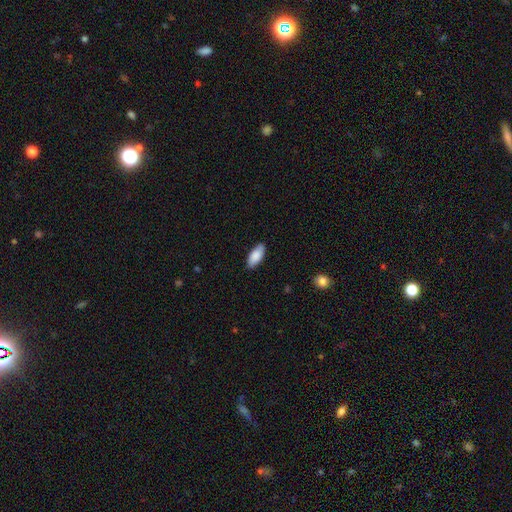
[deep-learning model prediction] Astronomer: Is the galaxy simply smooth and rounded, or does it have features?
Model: smooth — 87%.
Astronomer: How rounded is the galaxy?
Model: in between — 88%.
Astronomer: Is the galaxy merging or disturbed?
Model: none — 86%.